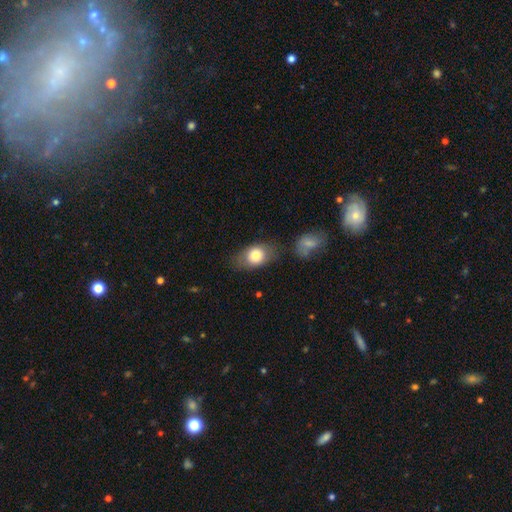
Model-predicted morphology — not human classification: smooth_or_featured: smooth (p=0.80) [alt: featured or disk p=0.13]
how_rounded: in between (p=0.74) [alt: round p=0.24]
merging: none (p=0.66) [alt: minor disturbance p=0.18]